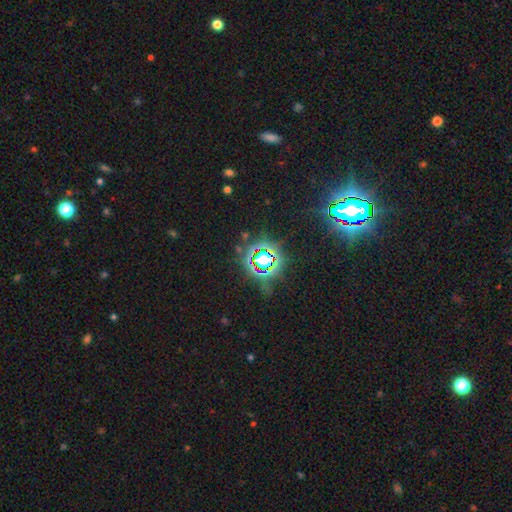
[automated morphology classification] This appears to be a star or artifact, not a galaxy (80%).